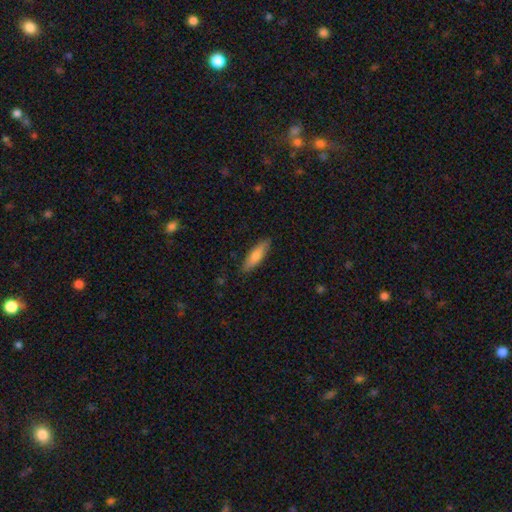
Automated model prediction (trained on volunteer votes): The model was most divided on "how rounded": cigar-shaped: 61%, in between: 37%, round: 2%. More confident: merging — none (86%); smooth or featured — smooth (74%).